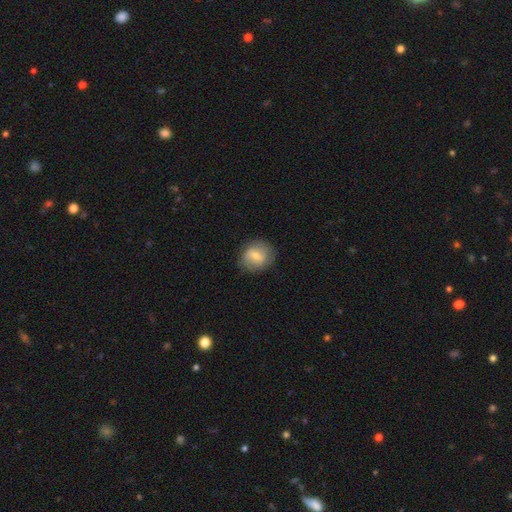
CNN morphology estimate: Overall: smooth (55%; featured or disk 37%). How rounded: round (75%). Merging: none (81%).